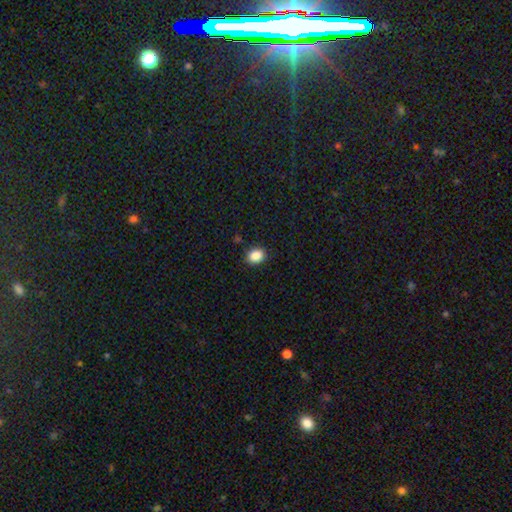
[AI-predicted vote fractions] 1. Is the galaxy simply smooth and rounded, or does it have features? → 88% smooth, 9% star or artifact, 3% featured or disk.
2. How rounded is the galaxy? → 57% in between, 42% round, 1% cigar-shaped.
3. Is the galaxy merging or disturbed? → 88% none, 9% minor disturbance, 2% major disturbance, 1% merger.